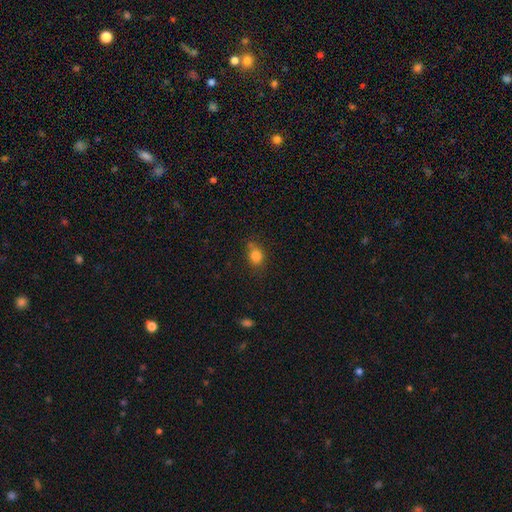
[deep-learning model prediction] smooth 81%, star or artifact 12%, featured or disk 7%. Down the decision tree: how rounded — round (64%); merging — none (62%).